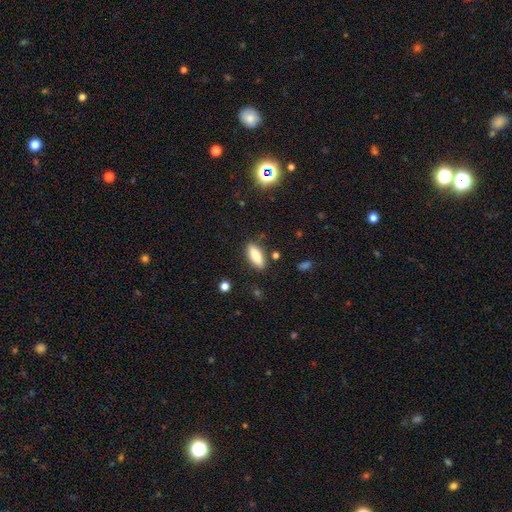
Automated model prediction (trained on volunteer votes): smooth 82%, featured or disk 11%, star or artifact 7%. Down the decision tree: how rounded — in between (72%); merging — none (84%).